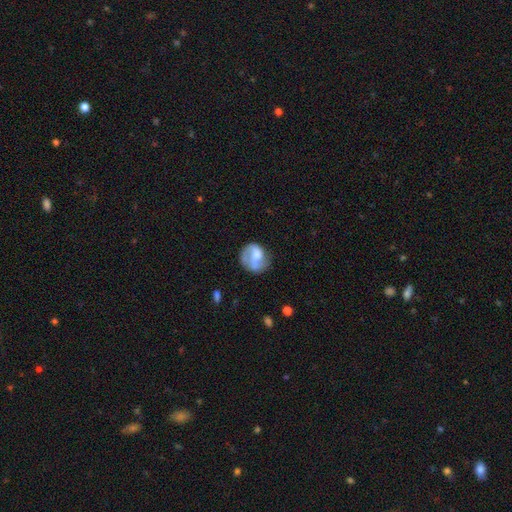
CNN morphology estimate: smooth_or_featured: featured or disk (p=0.56) [alt: smooth p=0.37]
disk_edge_on: no (p=0.98) [alt: yes p=0.02]
bar: no (p=0.52) [alt: weak p=0.37]
has_spiral_arms: yes (p=0.77) [alt: no p=0.23]
bulge_size: moderate (p=0.39) [alt: small p=0.22]
merging: none (p=0.54) [alt: minor disturbance p=0.24]